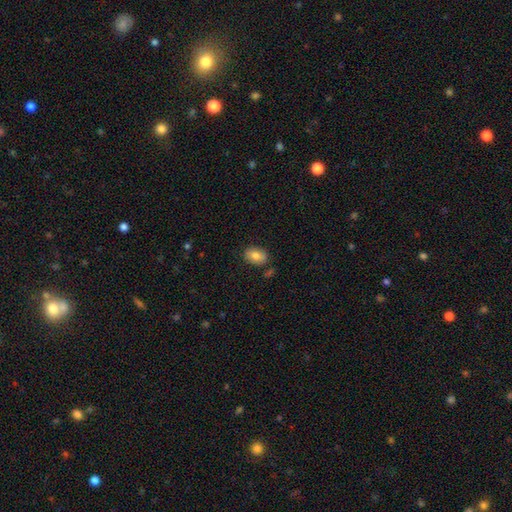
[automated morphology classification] Smooth or featured? Predicted: smooth (p=0.80). How rounded? Predicted: in between (p=0.80). Merging? Predicted: none (p=0.82).